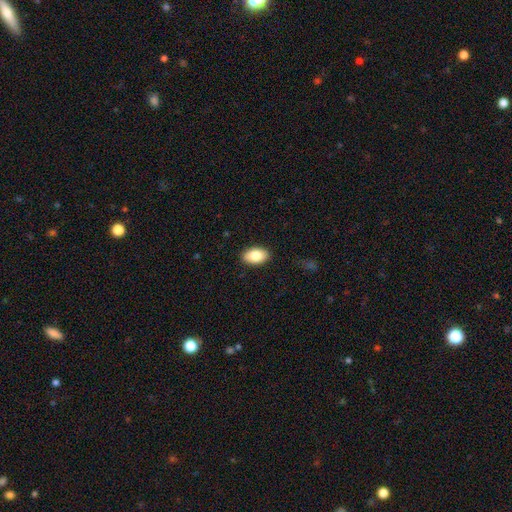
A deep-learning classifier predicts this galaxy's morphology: Q: Smooth or featured?
A: smooth (83%); runner-up: featured or disk (10%)
Q: How rounded?
A: in between (92%); runner-up: round (6%)
Q: Merging?
A: none (89%); runner-up: minor disturbance (8%)